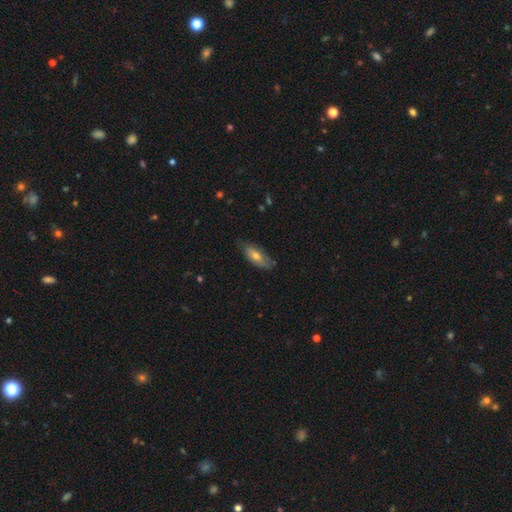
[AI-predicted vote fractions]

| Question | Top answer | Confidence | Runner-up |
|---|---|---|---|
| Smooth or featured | smooth | 62% | featured or disk (31%) |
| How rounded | in between | 72% | cigar-shaped (25%) |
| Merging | none | 70% | minor disturbance (24%) |